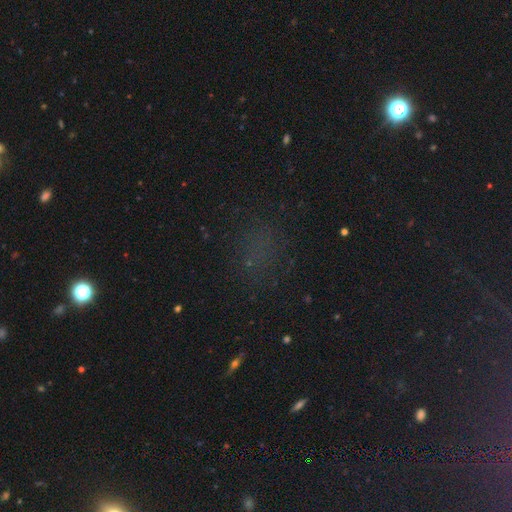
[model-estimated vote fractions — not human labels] Overall: star or artifact (50%; smooth 39%).